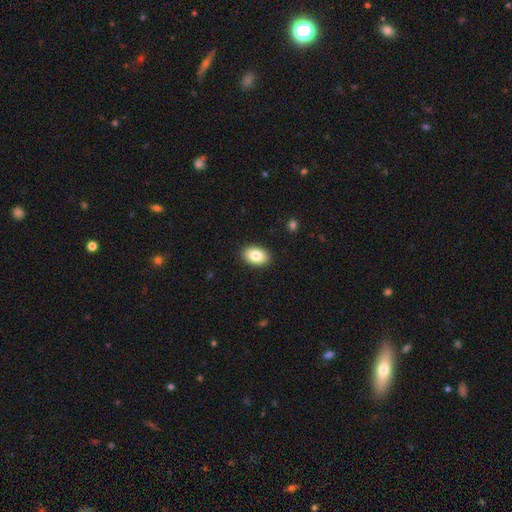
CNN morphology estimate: smooth_or_featured: smooth (p=0.83) [alt: featured or disk p=0.10]
how_rounded: in between (p=0.88) [alt: round p=0.11]
merging: none (p=0.90) [alt: minor disturbance p=0.07]